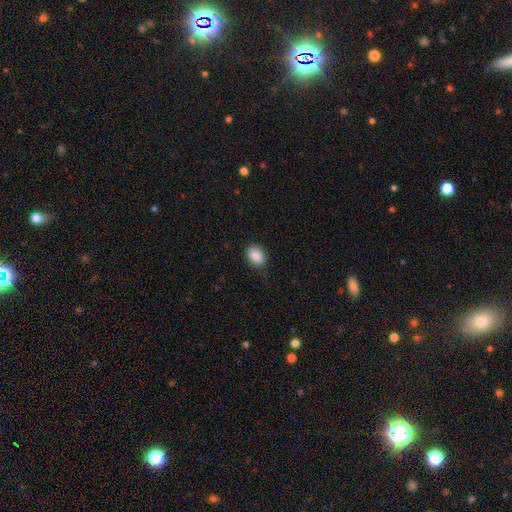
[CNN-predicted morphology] Smooth or featured? Predicted: smooth (p=0.88). How rounded? Predicted: in between (p=0.79). Merging? Predicted: none (p=0.80).